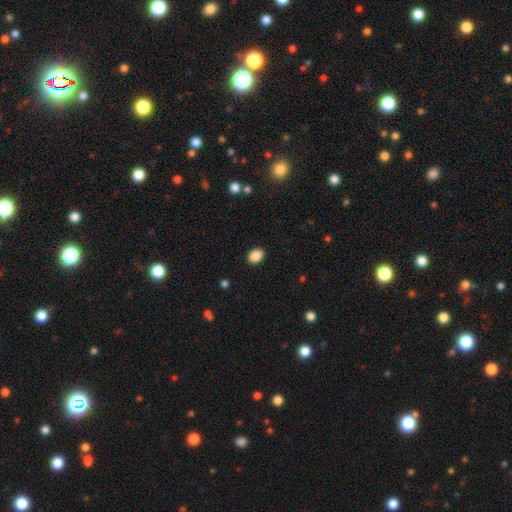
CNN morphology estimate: A smooth galaxy with no disk features (88%) that is in between round and cigar-shaped (63%).

Vote fractions:
- Smooth or featured? smooth: 88% / star or artifact: 9% / featured or disk: 3%
- How rounded? in between: 63% / round: 36% / cigar-shaped: 1%
- Merging? none: 90% / minor disturbance: 7% / major disturbance: 2% / merger: 1%